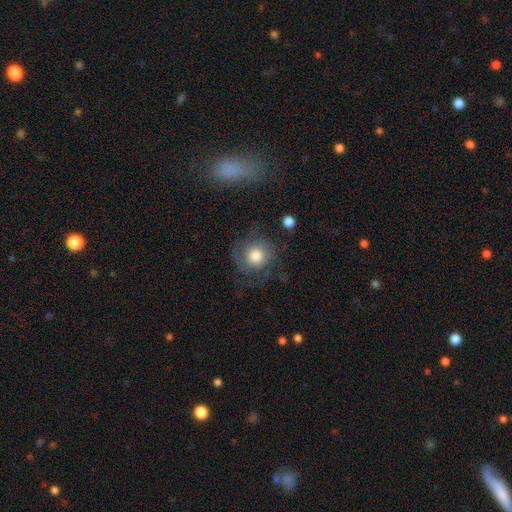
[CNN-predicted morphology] Smooth or featured?
  - smooth: 47% *
  - featured or disk: 44%
  - star or artifact: 9%
Merging?
  - none: 61% *
  - major disturbance: 18%
  - minor disturbance: 18%
  - merger: 2%